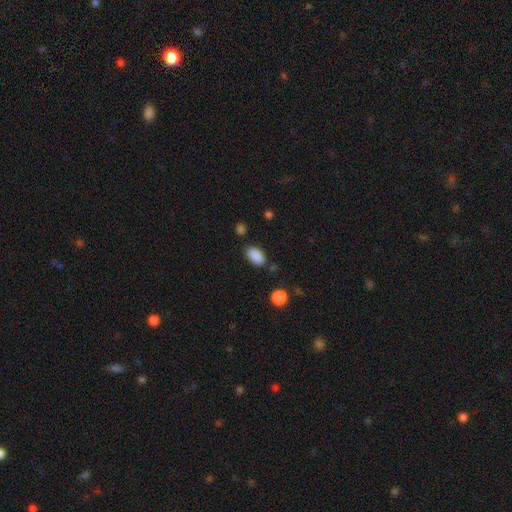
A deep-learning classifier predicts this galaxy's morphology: type=smooth (88%); roundness=in between (92%); merging=none (80%).